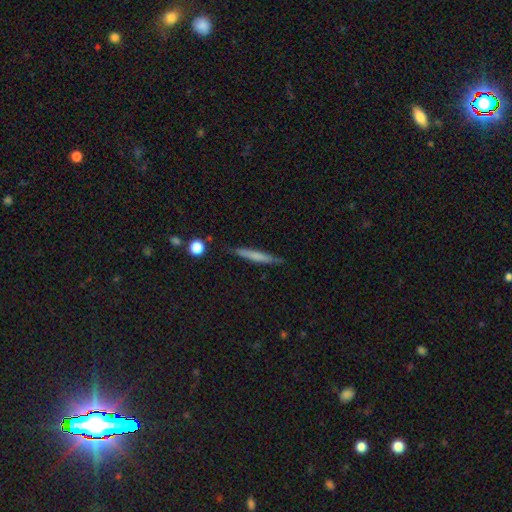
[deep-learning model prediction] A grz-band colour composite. It shows a smooth galaxy with no disk features (61%) that is cigar-shaped (94%). Merging: none (85%).